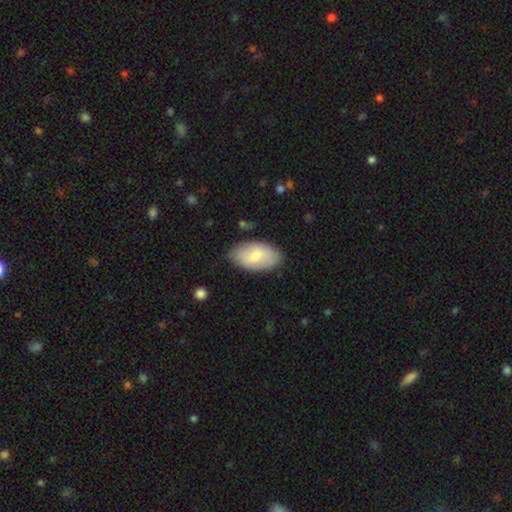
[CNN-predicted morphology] Smooth or featured? smooth (72%)
How rounded? in between (95%)
Merging? none (82%)